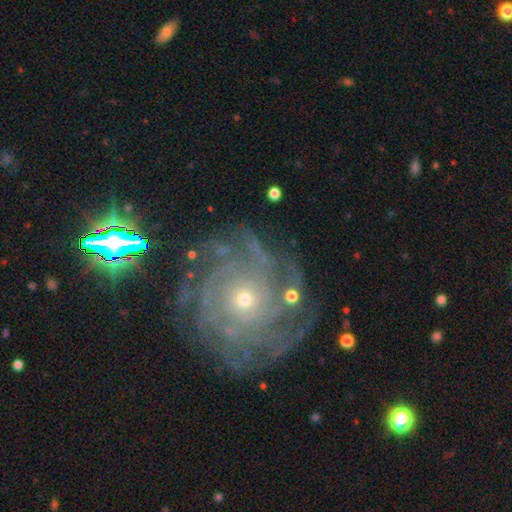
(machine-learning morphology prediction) featured or disk 84%, star or artifact 10%, smooth 6%. Down the decision tree: edge-on disk — no (97%); bar — no (84%); spiral arms — yes (95%); spiral arm count — can't tell (29%); spiral winding — tight (75%); bulge size — small (70%); merging — none (76%).